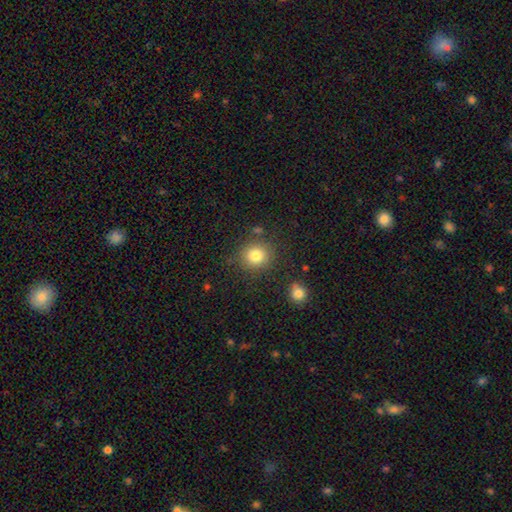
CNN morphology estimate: Q: Smooth or featured?
A: smooth (81%); runner-up: star or artifact (12%)
Q: How rounded?
A: round (87%); runner-up: in between (12%)
Q: Merging?
A: none (84%); runner-up: minor disturbance (9%)